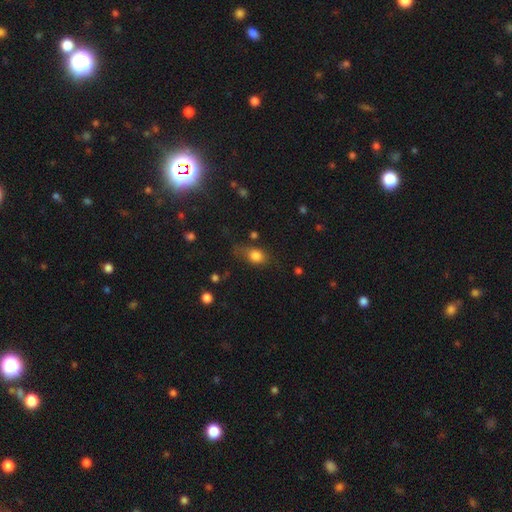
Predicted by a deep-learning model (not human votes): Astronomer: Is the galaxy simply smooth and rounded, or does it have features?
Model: smooth — 80%.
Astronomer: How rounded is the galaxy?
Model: in between — 64%.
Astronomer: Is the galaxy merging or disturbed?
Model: none — 57%.